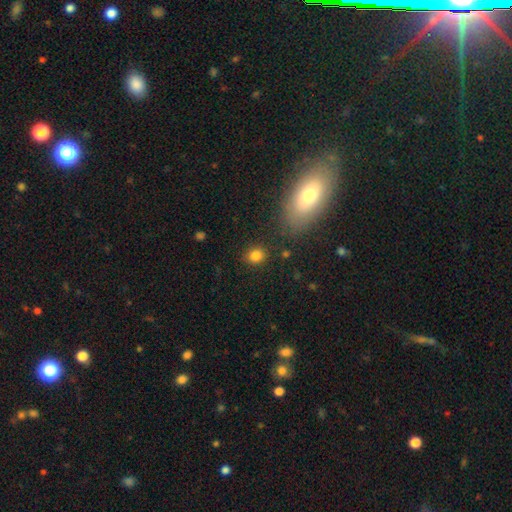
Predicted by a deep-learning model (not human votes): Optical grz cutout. It shows a smooth galaxy with no disk features (83%) that is round (72%). Merging: none (86%).